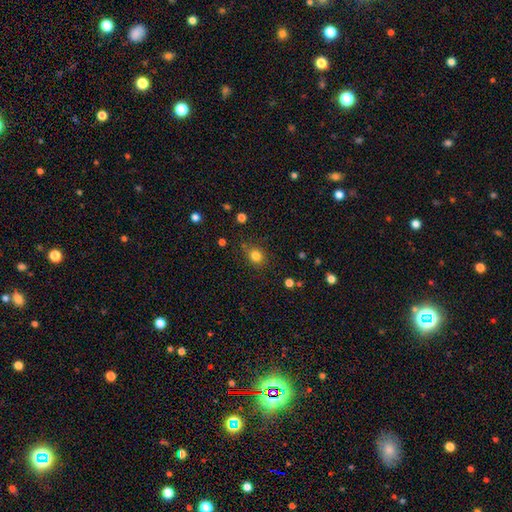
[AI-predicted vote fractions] Smooth or featured? Predicted: smooth (p=0.81). How rounded? Predicted: round (p=0.71). Merging? Predicted: none (p=0.81).